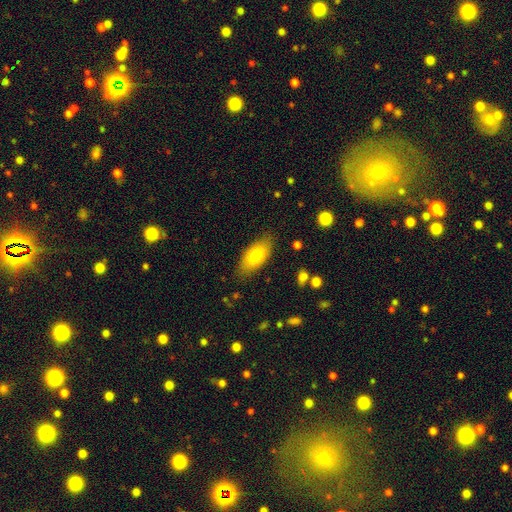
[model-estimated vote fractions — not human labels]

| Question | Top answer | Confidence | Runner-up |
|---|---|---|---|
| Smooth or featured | smooth | 76% | featured or disk (17%) |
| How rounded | in between | 88% | cigar-shaped (9%) |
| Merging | none | 82% | minor disturbance (14%) |